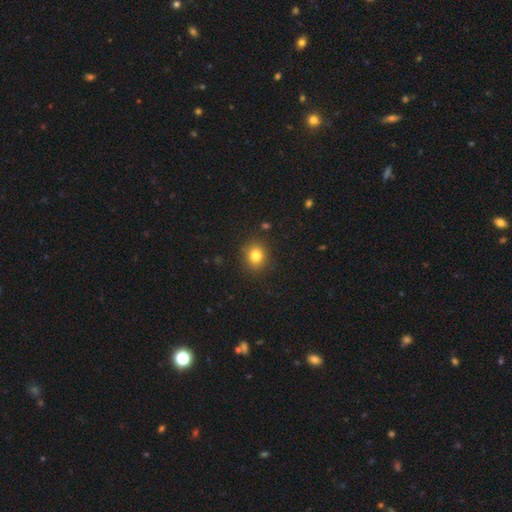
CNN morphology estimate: This appears to be a smooth galaxy with no disk features (81%) that is round (76%). Merging: none (89%).